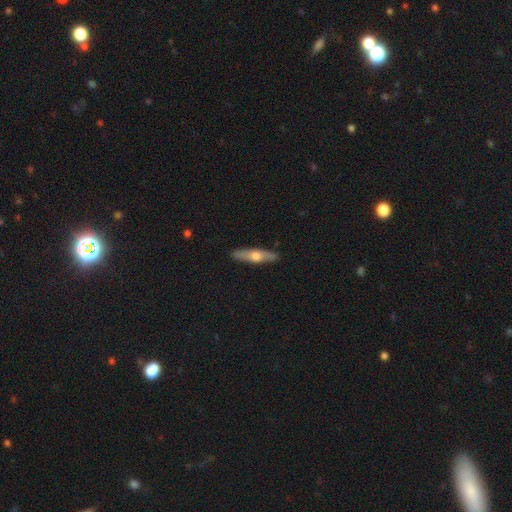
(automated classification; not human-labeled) Smooth or featured: featured or disk — 53% (smooth — 42%)
Edge-on disk: yes — 91% (no — 9%)
Merging: none — 90% (minor disturbance — 8%)